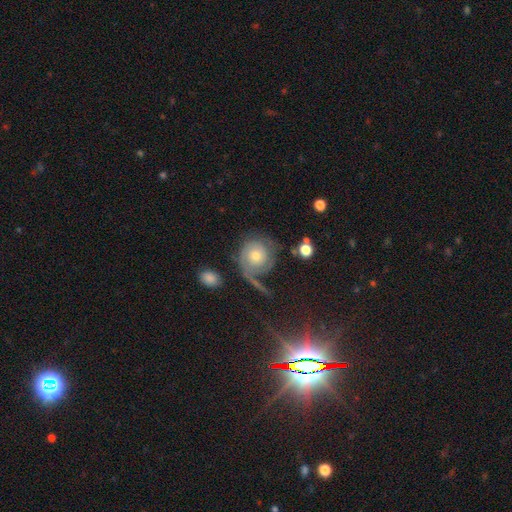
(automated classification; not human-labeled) Smooth or featured?
  - featured or disk: 68% *
  - smooth: 22%
  - star or artifact: 10%
Edge-on disk?
  - no: 97% *
  - yes: 3%
Bar?
  - no: 80% *
  - weak: 17%
  - strong: 3%
Spiral arms?
  - yes: 88% *
  - no: 12%
Spiral winding?
  - tight: 59% *
  - medium: 28%
  - loose: 14%
Spiral arm count?
  - 1: 33% *
  - 2: 31%
  - can't tell: 23%
  - 3: 7%
  - 4: 3%
  - more than 4: 3%
Bulge size?
  - moderate: 61% *
  - small: 32%
  - large: 5%
  - none: 2%
  - dominant: 1%
Merging?
  - none: 52% *
  - major disturbance: 21%
  - minor disturbance: 20%
  - merger: 6%